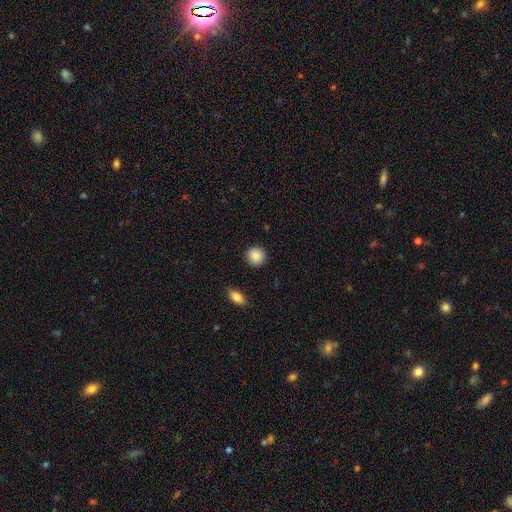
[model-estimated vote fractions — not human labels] A smooth galaxy with no disk features (89%) that is round (93%).

Vote fractions:
- Smooth or featured? smooth: 89% / star or artifact: 8% / featured or disk: 4%
- How rounded? round: 93% / in between: 6% / cigar-shaped: 1%
- Merging? none: 91% / minor disturbance: 6% / major disturbance: 2% / merger: 1%